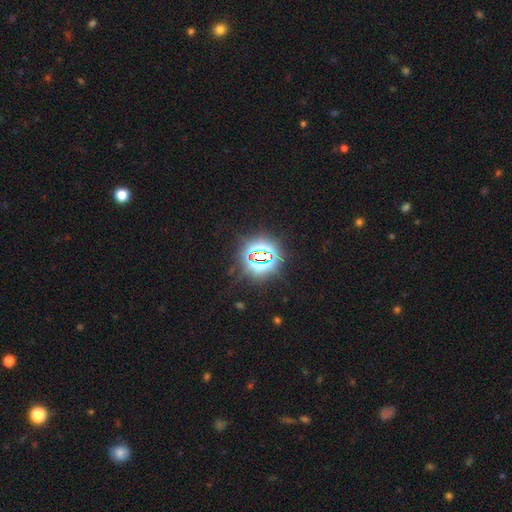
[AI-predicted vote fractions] Smooth or featured?
  - star or artifact: 79% *
  - smooth: 14%
  - featured or disk: 8%